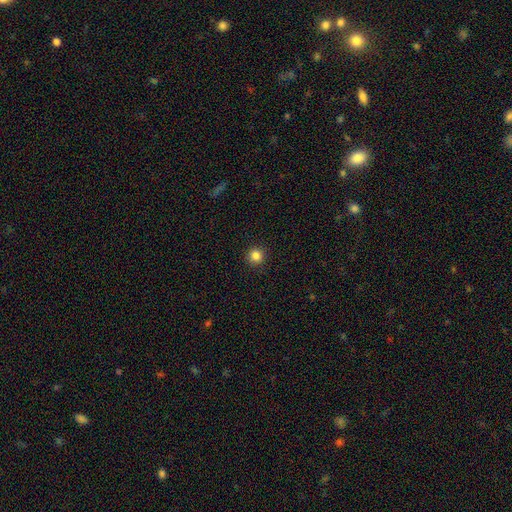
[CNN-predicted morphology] Q: Smooth or featured?
A: smooth (84%); runner-up: star or artifact (11%)
Q: How rounded?
A: round (95%); runner-up: in between (4%)
Q: Merging?
A: none (93%); runner-up: minor disturbance (5%)